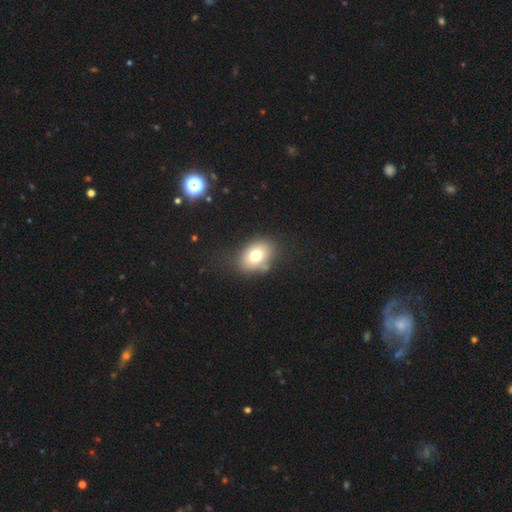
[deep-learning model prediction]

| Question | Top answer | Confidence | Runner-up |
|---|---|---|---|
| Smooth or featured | smooth | 74% | featured or disk (16%) |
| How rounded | in between | 71% | round (28%) |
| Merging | none | 77% | minor disturbance (15%) |